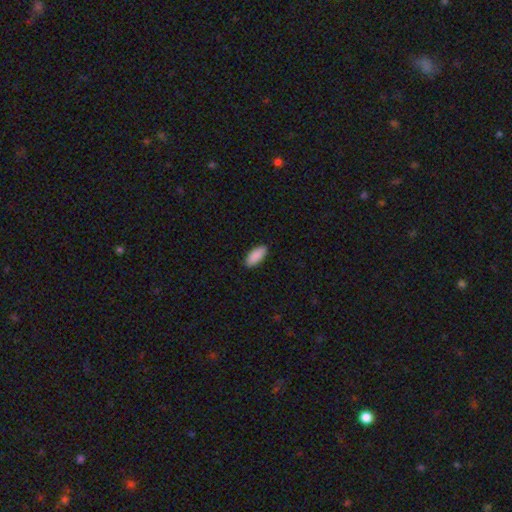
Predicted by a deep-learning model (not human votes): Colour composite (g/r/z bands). It shows a smooth galaxy with no disk features (91%) that is in between round and cigar-shaped (86%). Merging: none (90%).